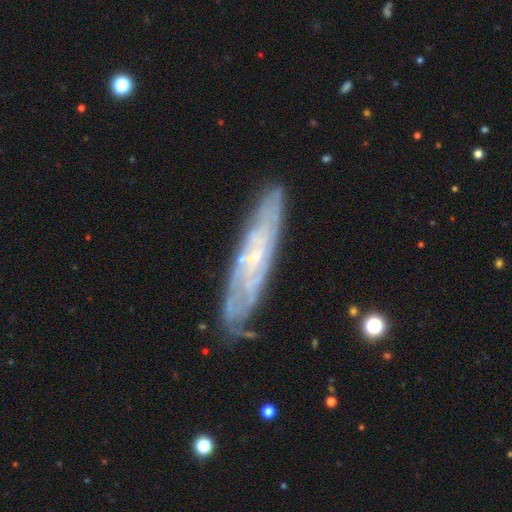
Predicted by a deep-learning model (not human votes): A featured or disk galaxy (73%). Merging: none (76%).